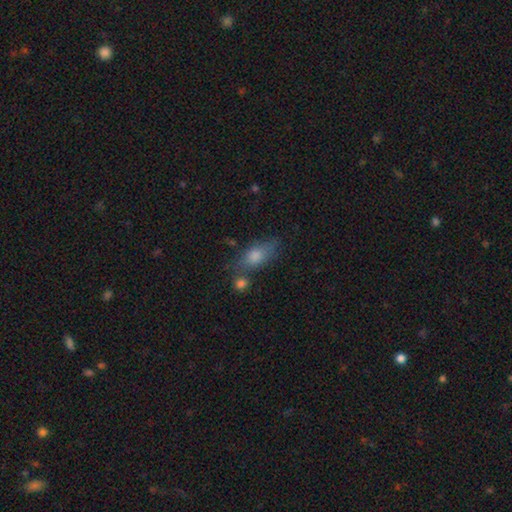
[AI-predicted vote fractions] Q: Smooth or featured?
A: smooth (72%); runner-up: featured or disk (18%)
Q: How rounded?
A: in between (74%); runner-up: cigar-shaped (16%)
Q: Merging?
A: none (58%); runner-up: minor disturbance (20%)